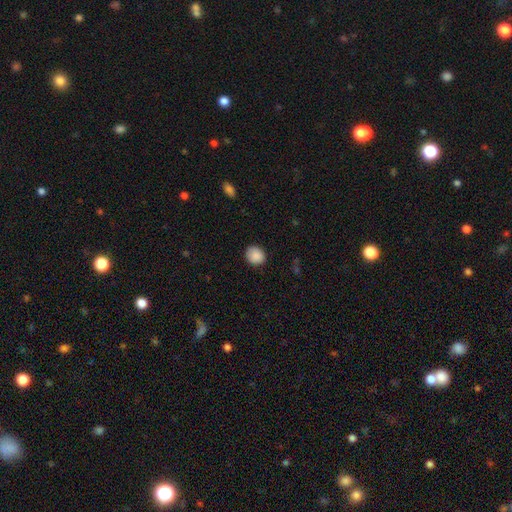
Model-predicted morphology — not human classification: A smooth galaxy with no disk features (88%) that is round (75%).

Vote fractions:
- Smooth or featured? smooth: 88% / star or artifact: 8% / featured or disk: 4%
- How rounded? round: 75% / in between: 24% / cigar-shaped: 1%
- Merging? none: 85% / minor disturbance: 11% / major disturbance: 3% / merger: 1%